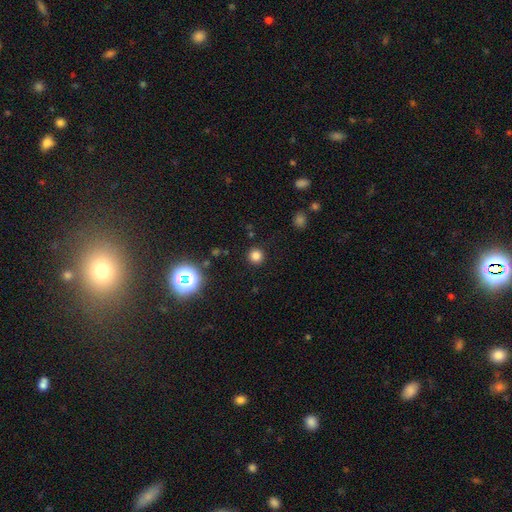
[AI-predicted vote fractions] smooth-or-featured: smooth: 79% | star or artifact: 17% | featured or disk: 4%
  how-rounded: round: 94% | in between: 5% | cigar-shaped: 1%
  merging: none: 90% | minor disturbance: 6% | major disturbance: 2% | merger: 2%